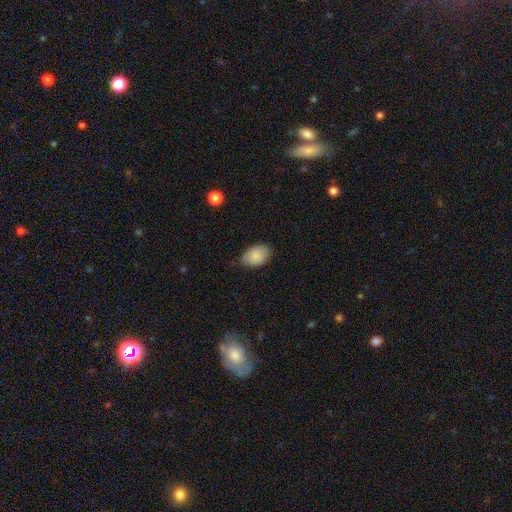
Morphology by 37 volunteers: Overall: smooth (92%). How rounded: in between (91%). Merging: none (72%).